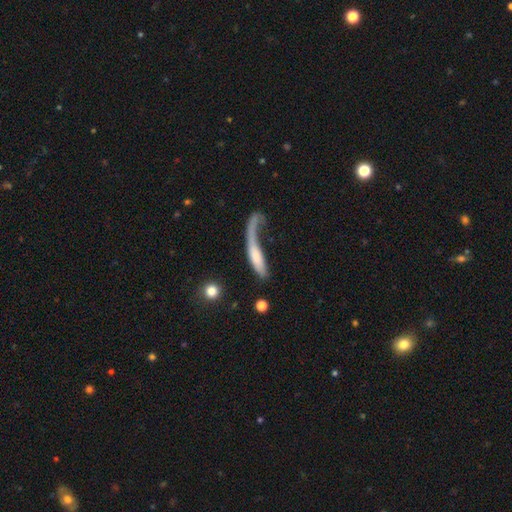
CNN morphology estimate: smooth 58%, featured or disk 35%, star or artifact 7%. Down the decision tree: how rounded — cigar-shaped (73%); merging — major disturbance (51%).